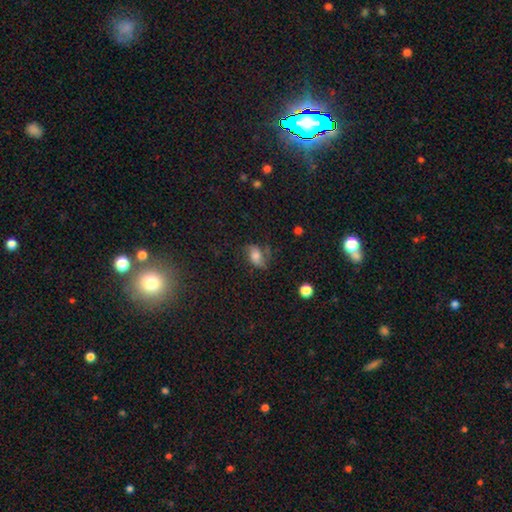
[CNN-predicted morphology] Smooth or featured?
  - smooth: 51% *
  - featured or disk: 36%
  - star or artifact: 13%
How rounded?
  - in between: 79% *
  - round: 19%
  - cigar-shaped: 2%
Merging?
  - none: 51% *
  - minor disturbance: 27%
  - major disturbance: 20%
  - merger: 3%